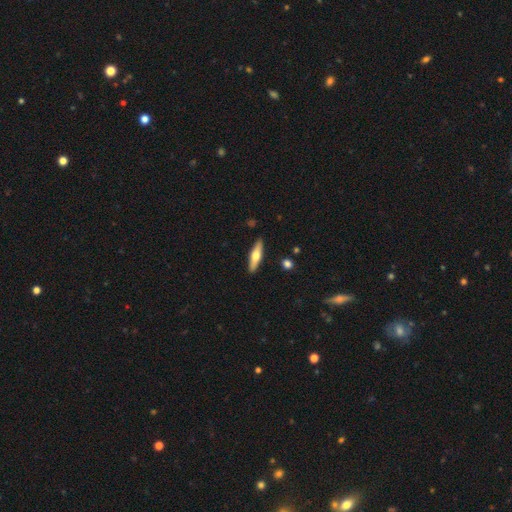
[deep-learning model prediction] smooth-or-featured: smooth: 49% | featured or disk: 45% | star or artifact: 5%
  merging: none: 90% | minor disturbance: 7% | major disturbance: 2% | merger: 1%